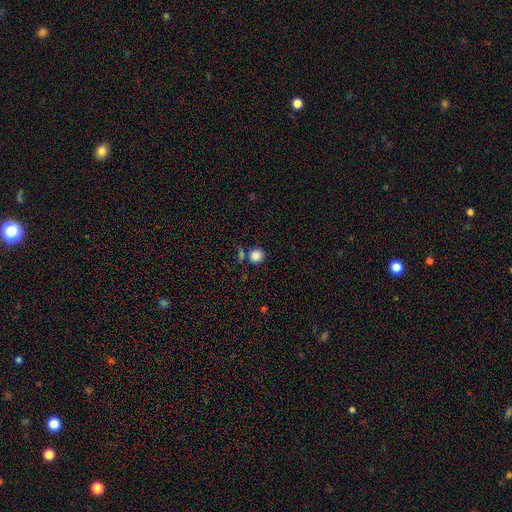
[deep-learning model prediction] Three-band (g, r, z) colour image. It shows a smooth galaxy with no disk features (85%) that is round (90%). Merging: none (74%).